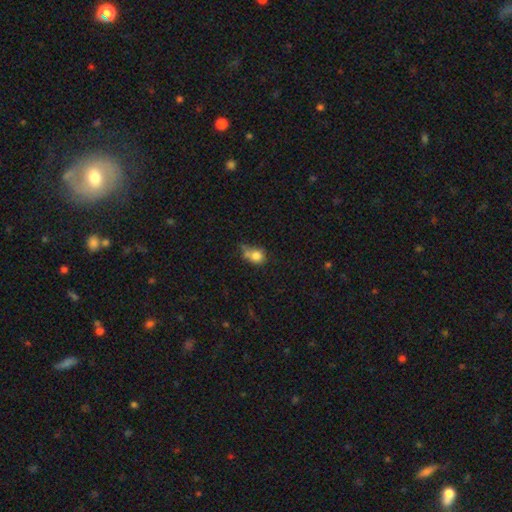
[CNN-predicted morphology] smooth 78%, featured or disk 12%, star or artifact 11%. Down the decision tree: how rounded — round (66%); merging — none (36%).